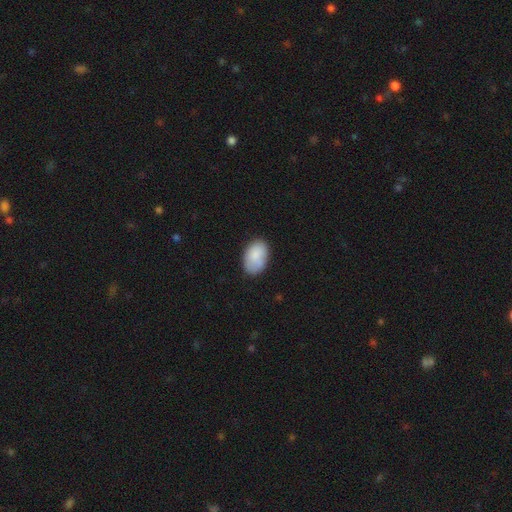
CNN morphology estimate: Smooth or featured? Predicted: smooth (p=0.83). How rounded? Predicted: in between (p=0.90). Merging? Predicted: none (p=0.72).